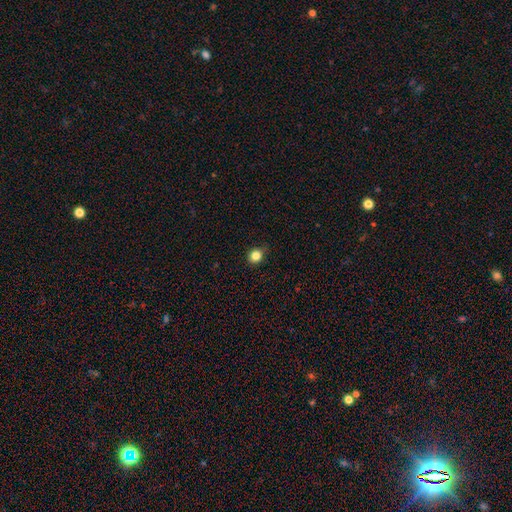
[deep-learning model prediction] Smooth or featured? smooth (83%)
How rounded? round (81%)
Merging? none (84%)